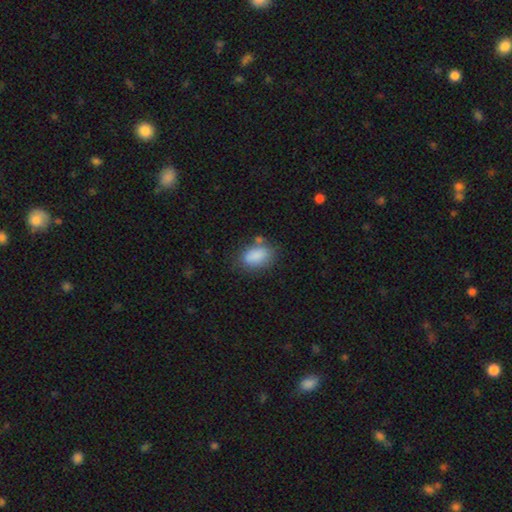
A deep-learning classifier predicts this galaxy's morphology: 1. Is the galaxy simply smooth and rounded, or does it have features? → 86% smooth, 8% star or artifact, 6% featured or disk.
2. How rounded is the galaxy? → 87% in between, 11% round, 2% cigar-shaped.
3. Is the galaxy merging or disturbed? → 66% none, 19% minor disturbance, 8% merger, 7% major disturbance.